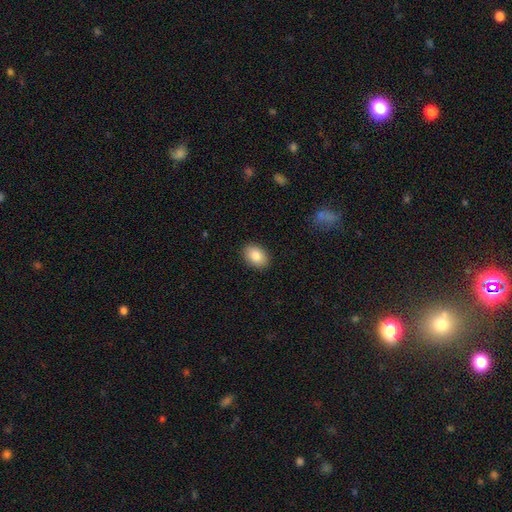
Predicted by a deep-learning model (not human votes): smooth_or_featured: smooth (p=0.85) [alt: featured or disk p=0.07]
how_rounded: in between (p=0.82) [alt: round p=0.17]
merging: none (p=0.90) [alt: minor disturbance p=0.07]